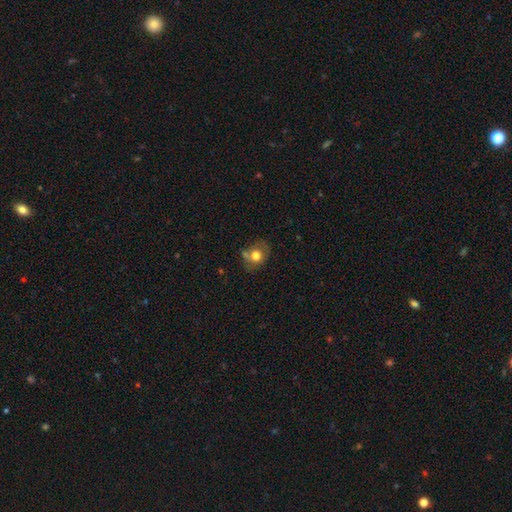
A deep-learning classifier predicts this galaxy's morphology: type=smooth (72%); roundness=round (60%); merging=none (52%).